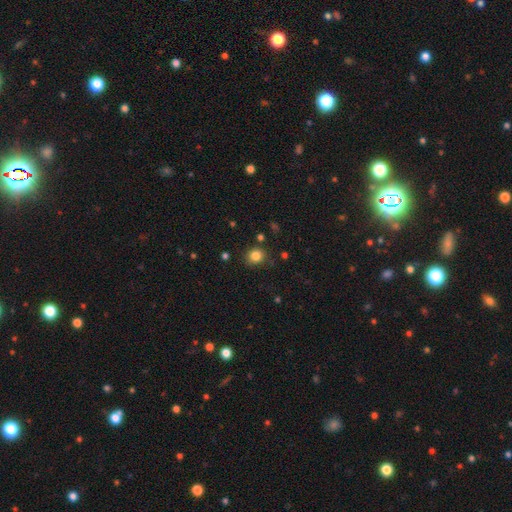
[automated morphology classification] Smooth or featured? Predicted: smooth (p=0.83). How rounded? Predicted: round (p=0.81). Merging? Predicted: none (p=0.84).